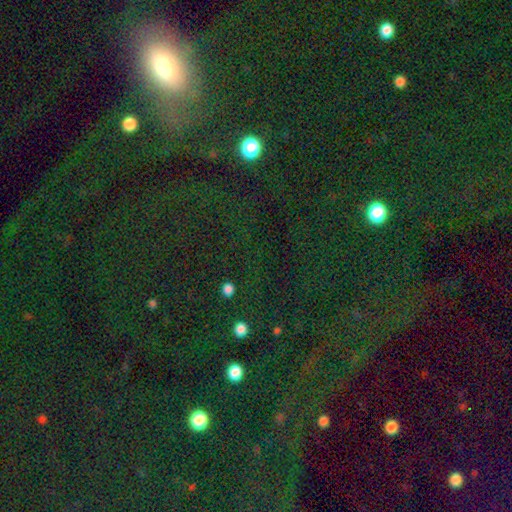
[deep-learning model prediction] Smooth or featured? star or artifact (68%)